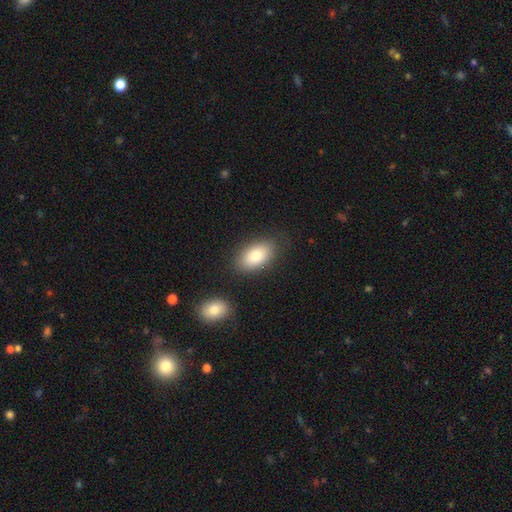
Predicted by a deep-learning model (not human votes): Overall: smooth (81%). How rounded: in between (92%). Merging: none (81%).